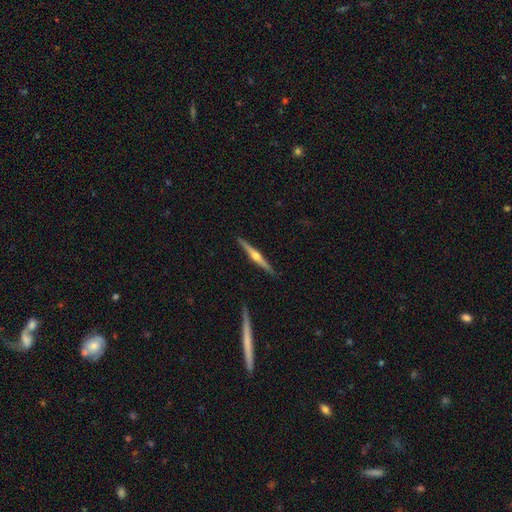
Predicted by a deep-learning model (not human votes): smooth-or-featured: featured or disk: 76% | smooth: 19% | star or artifact: 5%
  disk-edge-on: yes: 98% | no: 2%
    edge-on-bulge: rounded: 93% | none: 4% | boxy: 3%
  merging: none: 91% | minor disturbance: 7% | major disturbance: 1% | merger: 1%